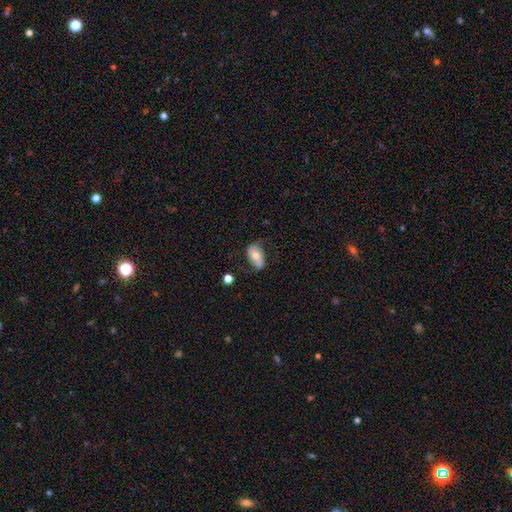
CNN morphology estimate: A smooth galaxy with no disk features (51%) that is in between round and cigar-shaped (90%). Merging: none (60%).